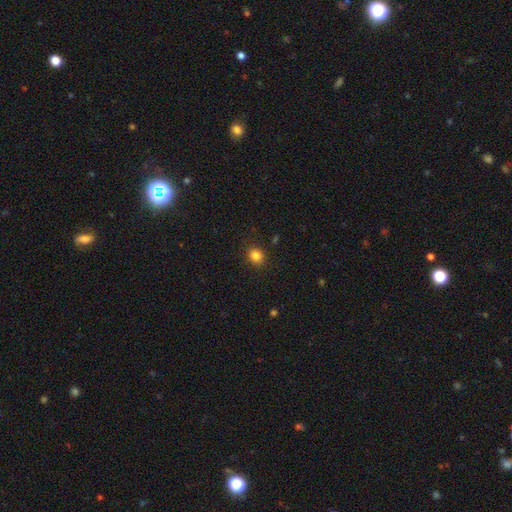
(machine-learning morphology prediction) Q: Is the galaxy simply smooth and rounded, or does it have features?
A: smooth — 84%.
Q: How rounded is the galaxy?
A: round — 62%.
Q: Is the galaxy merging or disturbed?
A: none — 87%.